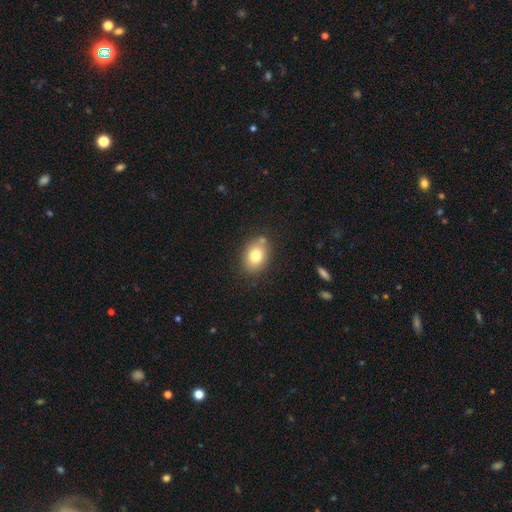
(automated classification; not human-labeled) A smooth galaxy with no disk features (76%) that is in between round and cigar-shaped (68%). Merging: none (77%).